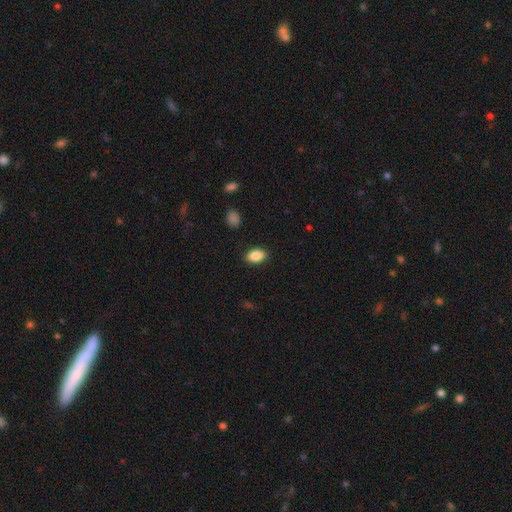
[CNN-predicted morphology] The model was most divided on "how rounded": in between: 88%, round: 10%, cigar-shaped: 2%. More confident: merging — none (89%); smooth or featured — smooth (87%).